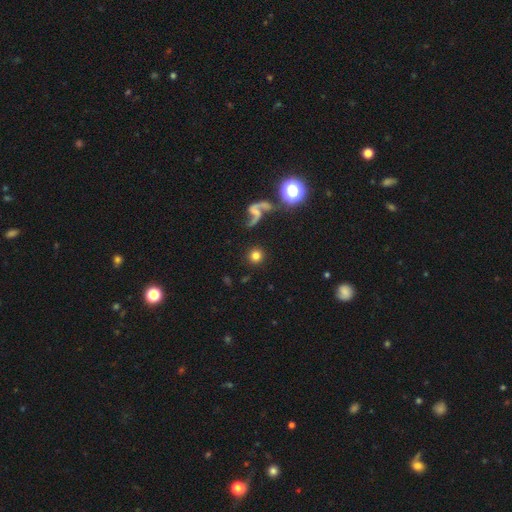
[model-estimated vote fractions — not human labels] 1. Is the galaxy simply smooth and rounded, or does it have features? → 73% smooth, 16% featured or disk, 11% star or artifact.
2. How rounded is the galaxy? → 95% round, 4% in between, 1% cigar-shaped.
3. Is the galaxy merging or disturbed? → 86% none, 6% minor disturbance, 4% major disturbance, 4% merger.